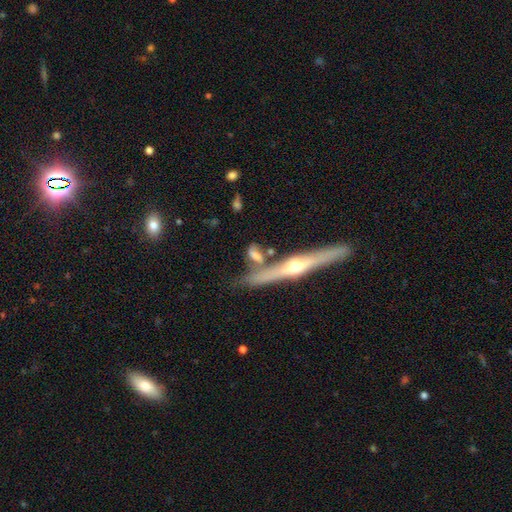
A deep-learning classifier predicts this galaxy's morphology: smooth 47%, featured or disk 44%, star or artifact 9%. Down the decision tree: merging — none (49%).